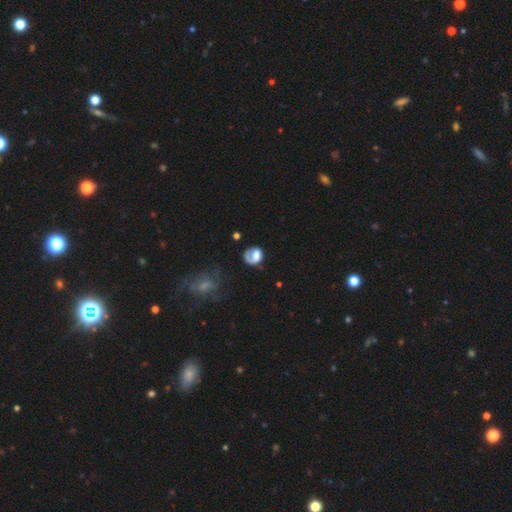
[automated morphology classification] A smooth galaxy with no disk features (54%) that is round (57%). Merging: none (43%).